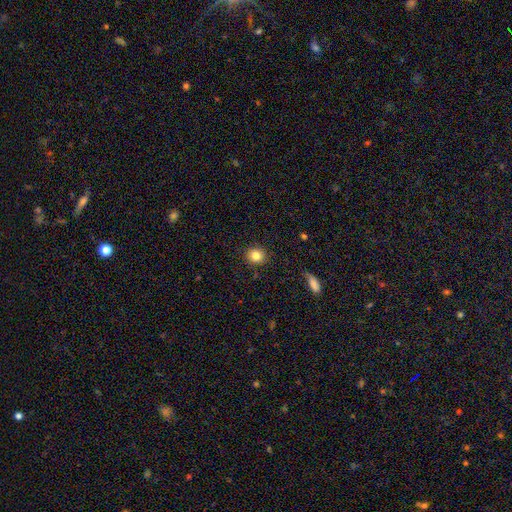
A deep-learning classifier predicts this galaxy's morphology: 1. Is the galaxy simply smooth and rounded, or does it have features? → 83% smooth, 10% star or artifact, 7% featured or disk.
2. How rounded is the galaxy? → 84% round, 15% in between, 1% cigar-shaped.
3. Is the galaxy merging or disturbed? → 90% none, 7% minor disturbance, 2% major disturbance, 1% merger.